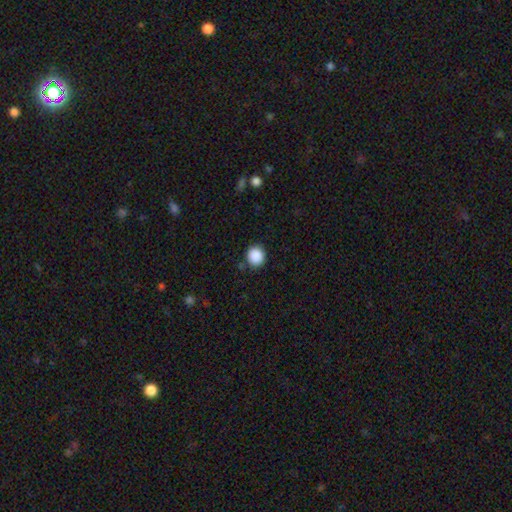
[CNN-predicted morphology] Smooth or featured: smooth — 89% (star or artifact — 9%)
How rounded: round — 88% (in between — 11%)
Merging: none — 88% (minor disturbance — 8%)